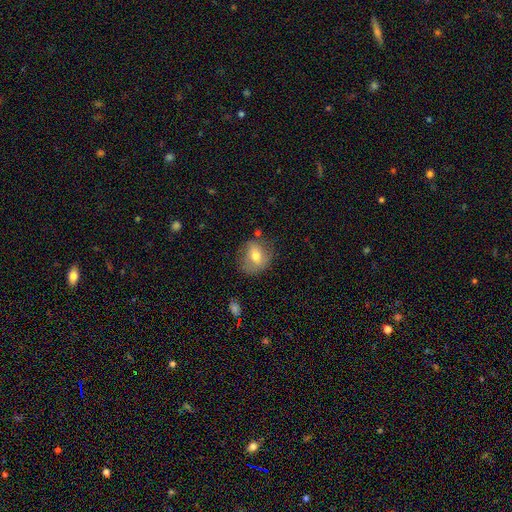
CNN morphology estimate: Smooth or featured? Predicted: smooth (p=0.57). How rounded? Predicted: round (p=0.59). Merging? Predicted: none (p=0.66).